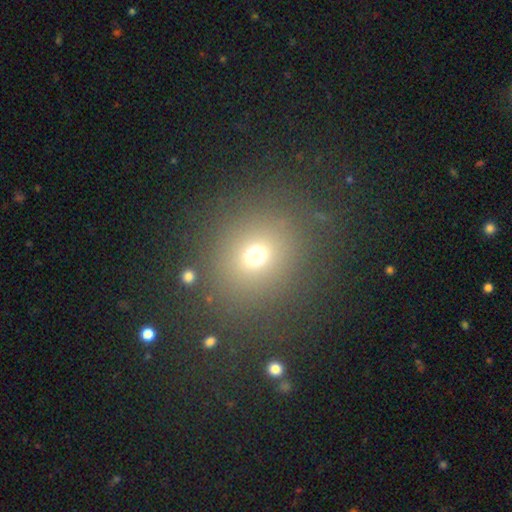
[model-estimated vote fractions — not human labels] Q: Smooth or featured?
A: smooth (69%); runner-up: star or artifact (21%)
Q: How rounded?
A: round (77%); runner-up: in between (22%)
Q: Merging?
A: none (80%); runner-up: minor disturbance (10%)